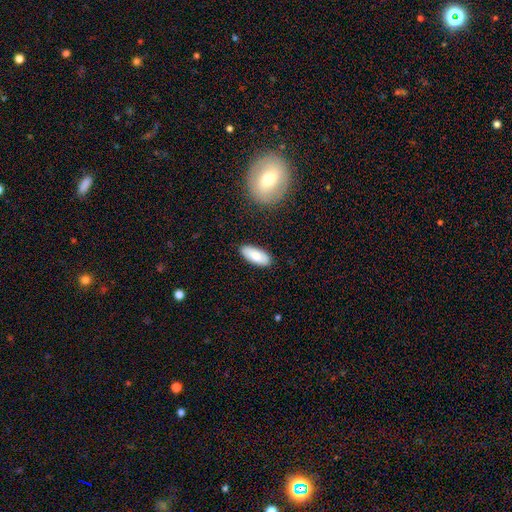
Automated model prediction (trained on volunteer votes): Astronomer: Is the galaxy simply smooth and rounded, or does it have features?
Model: smooth — 81%.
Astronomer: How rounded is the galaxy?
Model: in between — 86%.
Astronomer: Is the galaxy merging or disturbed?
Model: none — 87%.